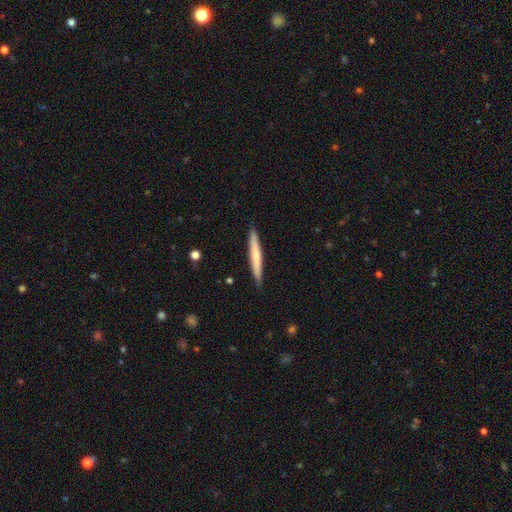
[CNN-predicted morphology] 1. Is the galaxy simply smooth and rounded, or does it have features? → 59% smooth, 36% featured or disk, 5% star or artifact.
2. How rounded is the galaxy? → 96% cigar-shaped, 3% in between, 1% round.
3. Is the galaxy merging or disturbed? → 89% none, 8% minor disturbance, 1% major disturbance, 1% merger.